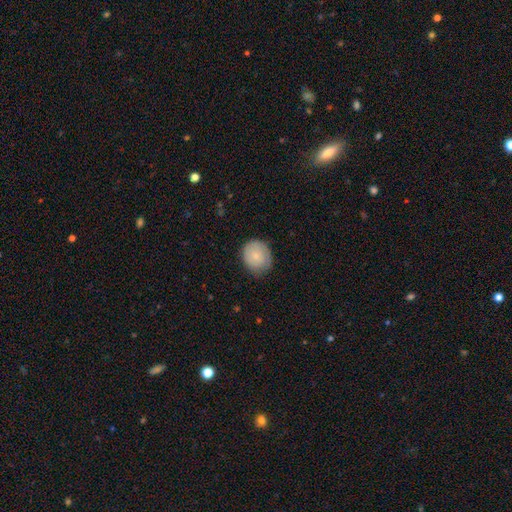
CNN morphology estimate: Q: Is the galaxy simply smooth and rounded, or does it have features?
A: smooth — 78%.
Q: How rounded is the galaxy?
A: round — 73%.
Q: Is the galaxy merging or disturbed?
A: none — 71%.